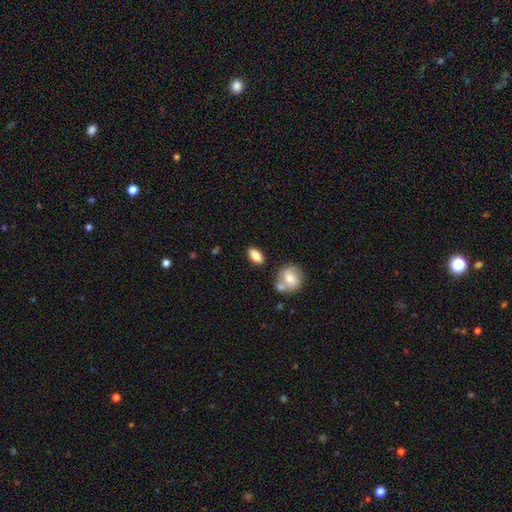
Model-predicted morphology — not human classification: smooth-or-featured: smooth: 82% | featured or disk: 11% | star or artifact: 7%
  how-rounded: in between: 87% | cigar-shaped: 9% | round: 5%
  merging: none: 81% | minor disturbance: 10% | merger: 7% | major disturbance: 3%